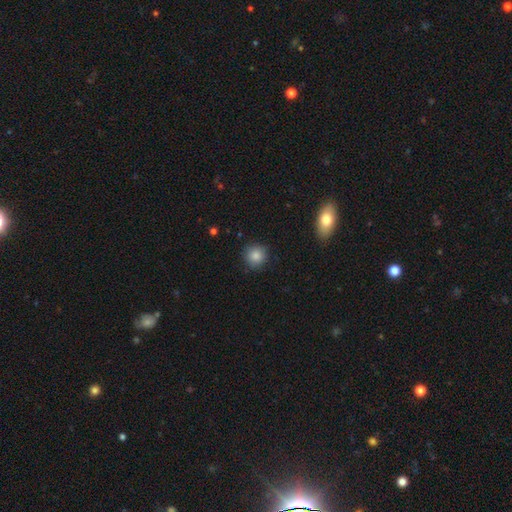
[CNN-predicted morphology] type=smooth (85%); roundness=round (92%); merging=none (87%).